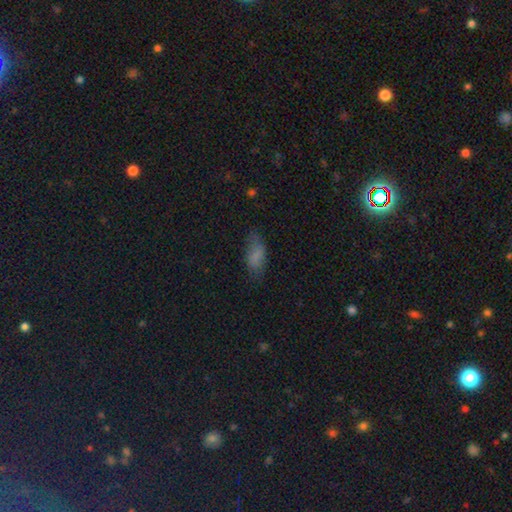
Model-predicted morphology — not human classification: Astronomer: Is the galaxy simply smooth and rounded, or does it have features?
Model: smooth — 77%.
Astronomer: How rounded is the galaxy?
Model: in between — 83%.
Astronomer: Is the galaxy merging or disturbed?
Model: none — 65%.